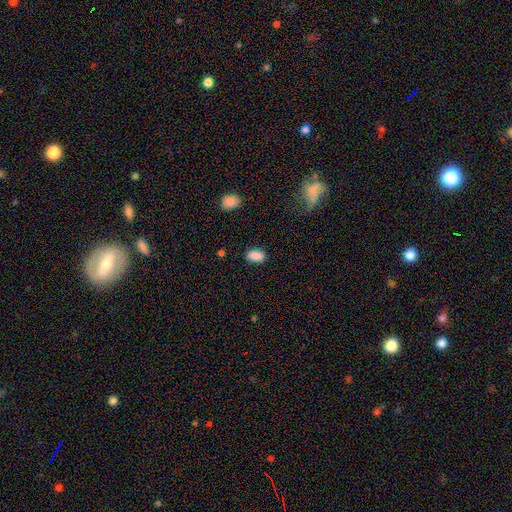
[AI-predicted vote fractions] Smooth or featured?
  - smooth: 88% *
  - star or artifact: 8%
  - featured or disk: 4%
How rounded?
  - in between: 89% *
  - round: 9%
  - cigar-shaped: 2%
Merging?
  - none: 83% *
  - minor disturbance: 12%
  - major disturbance: 3%
  - merger: 2%